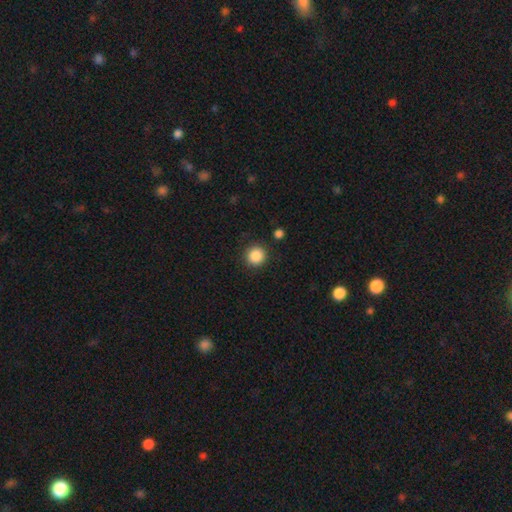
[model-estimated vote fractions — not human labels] The model was most divided on "smooth or featured": smooth: 87%, star or artifact: 10%, featured or disk: 3%. More confident: how rounded — round (93%); merging — none (89%).